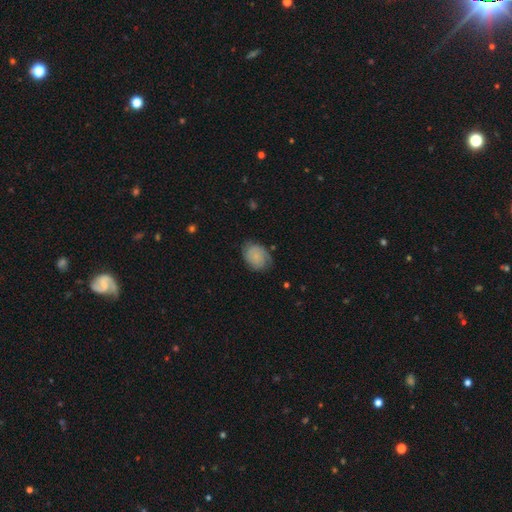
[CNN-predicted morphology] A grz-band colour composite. It shows a smooth galaxy with no disk features (59%) that is in between round and cigar-shaped (70%). Merging: none (66%).